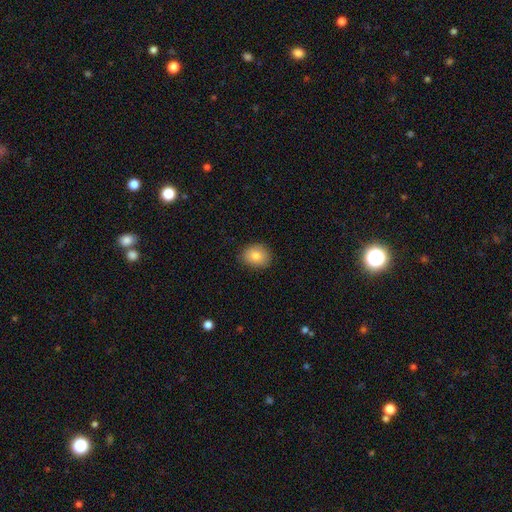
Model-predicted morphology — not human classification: Smooth or featured: smooth — 83% (featured or disk — 9%)
How rounded: round — 55% (in between — 44%)
Merging: none — 85% (minor disturbance — 12%)